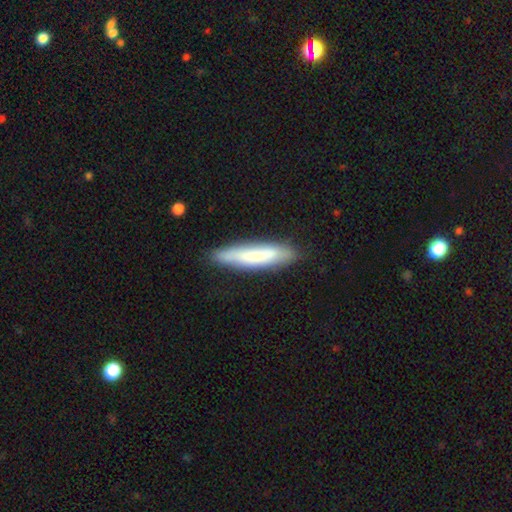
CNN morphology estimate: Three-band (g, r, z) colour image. It shows a smooth galaxy with no disk features (70%) that is cigar-shaped (85%). Merging: none (81%).